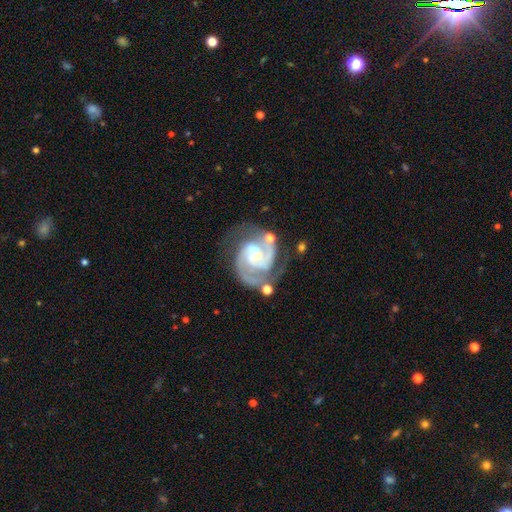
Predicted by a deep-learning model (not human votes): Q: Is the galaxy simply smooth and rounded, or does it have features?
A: featured or disk — 91%.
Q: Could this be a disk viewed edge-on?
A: no — 98%.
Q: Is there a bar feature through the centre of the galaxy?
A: no — 51%.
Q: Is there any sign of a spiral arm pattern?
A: yes — 98%.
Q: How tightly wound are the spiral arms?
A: tight — 50%.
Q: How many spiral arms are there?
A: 2 — 72%.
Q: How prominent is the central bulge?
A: small — 57%.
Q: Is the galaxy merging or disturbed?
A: none — 55%.